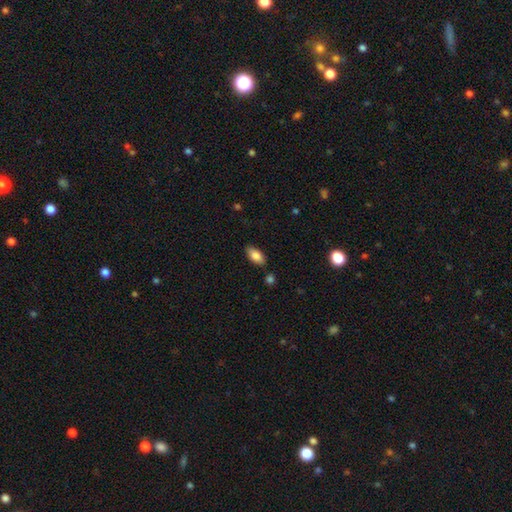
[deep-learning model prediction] Smooth or featured?
  - smooth: 85% *
  - featured or disk: 8%
  - star or artifact: 7%
How rounded?
  - in between: 90% *
  - cigar-shaped: 8%
  - round: 3%
Merging?
  - none: 83% *
  - minor disturbance: 11%
  - merger: 3%
  - major disturbance: 2%